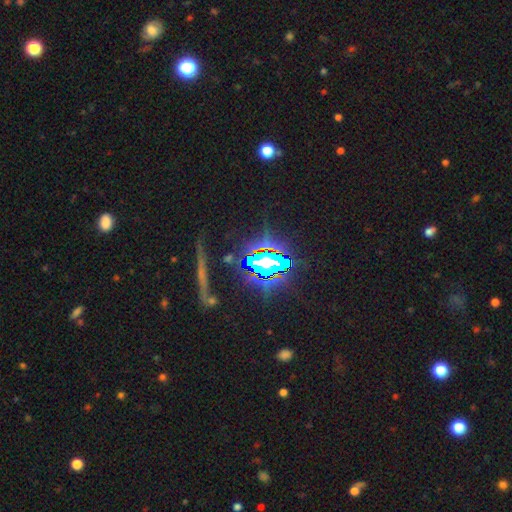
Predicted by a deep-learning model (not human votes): Smooth or featured: star or artifact — 71% (featured or disk — 16%)